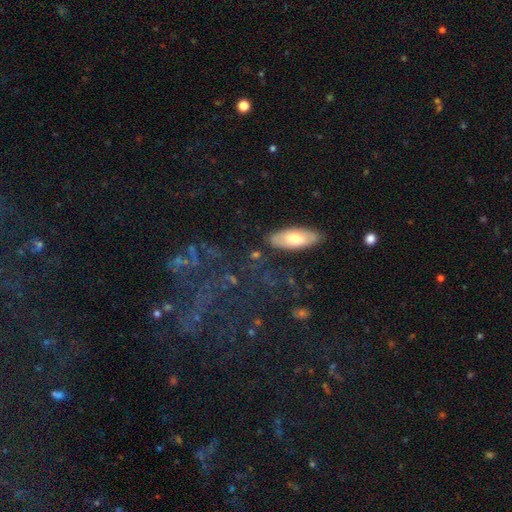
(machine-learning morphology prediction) type=smooth (61%); roundness=in between (68%); merging=none (79%).